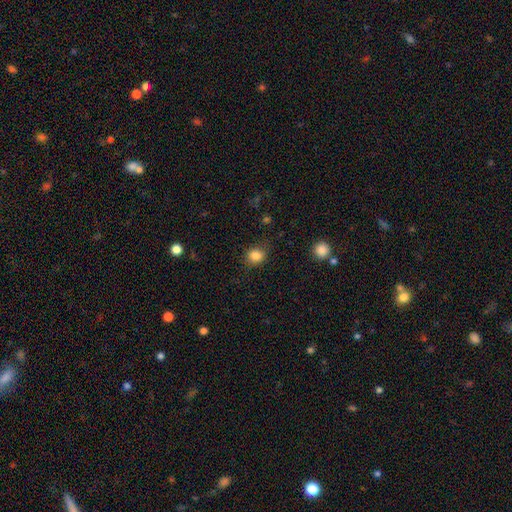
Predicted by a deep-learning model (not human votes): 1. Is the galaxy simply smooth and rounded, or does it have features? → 84% smooth, 11% star or artifact, 5% featured or disk.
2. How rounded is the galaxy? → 70% round, 29% in between, 1% cigar-shaped.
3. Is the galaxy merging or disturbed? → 82% none, 13% minor disturbance, 4% major disturbance, 1% merger.